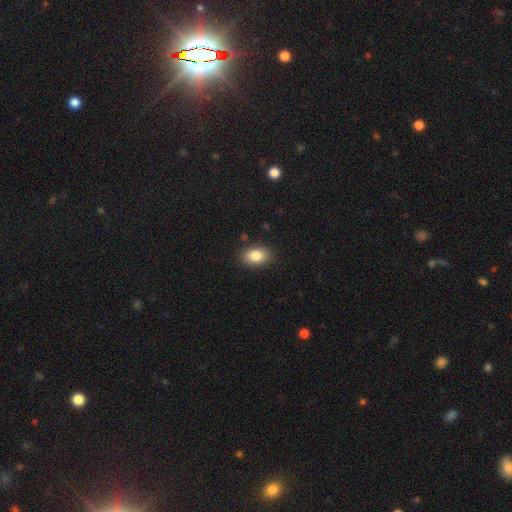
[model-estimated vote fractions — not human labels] Smooth or featured?
  - smooth: 85% *
  - star or artifact: 8%
  - featured or disk: 7%
How rounded?
  - in between: 82% *
  - round: 16%
  - cigar-shaped: 1%
Merging?
  - none: 86% *
  - minor disturbance: 10%
  - major disturbance: 2%
  - merger: 1%